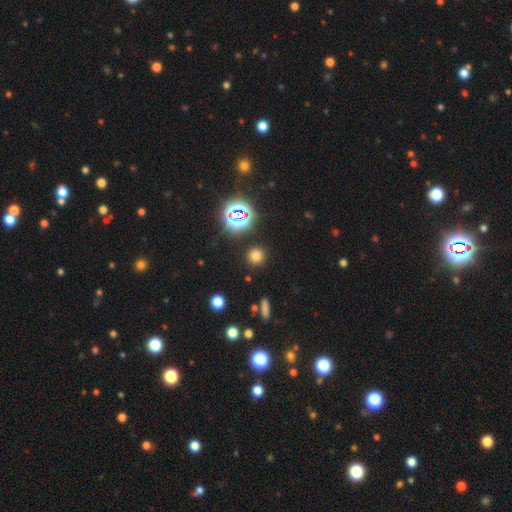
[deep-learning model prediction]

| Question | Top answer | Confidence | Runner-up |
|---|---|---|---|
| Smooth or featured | smooth | 70% | star or artifact (24%) |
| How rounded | round | 92% | in between (7%) |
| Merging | none | 89% | minor disturbance (6%) |